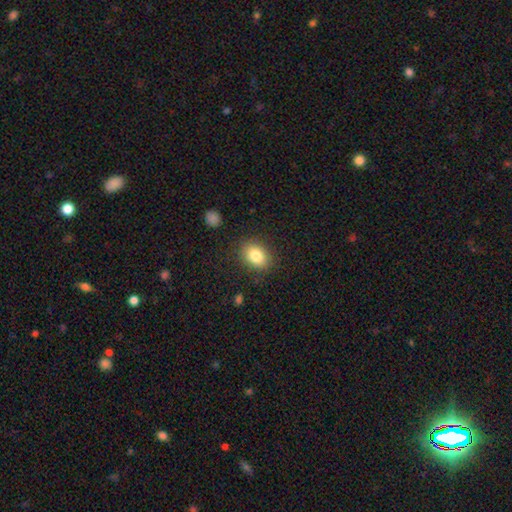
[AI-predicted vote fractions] smooth 83%, star or artifact 9%, featured or disk 8%. Down the decision tree: how rounded — in between (69%); merging — none (85%).